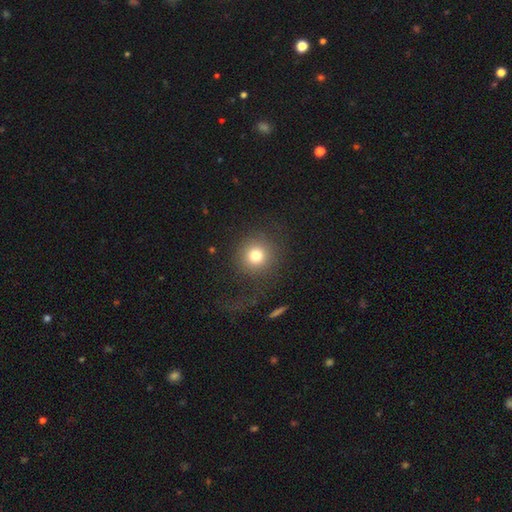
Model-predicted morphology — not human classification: Smooth or featured: smooth — 77% (star or artifact — 12%)
How rounded: round — 93% (in between — 6%)
Merging: none — 76% (major disturbance — 13%)